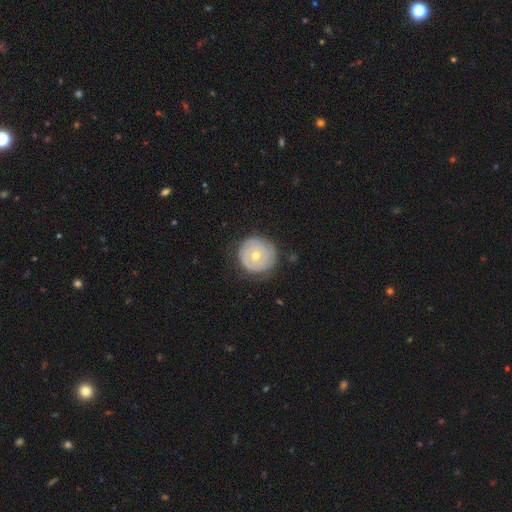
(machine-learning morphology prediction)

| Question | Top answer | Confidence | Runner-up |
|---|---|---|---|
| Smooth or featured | featured or disk | 49% | smooth (45%) |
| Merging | none | 78% | minor disturbance (16%) |